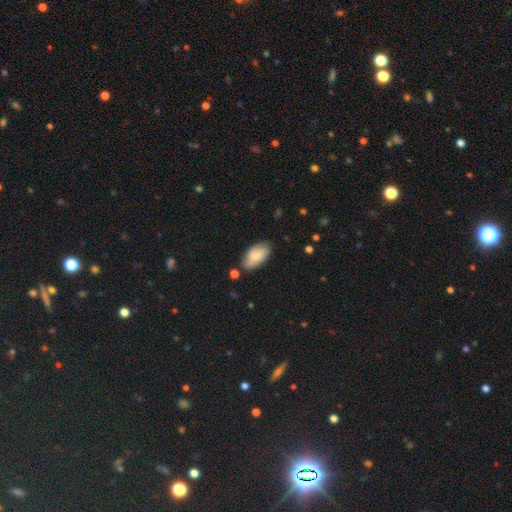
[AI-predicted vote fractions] Smooth or featured? Predicted: smooth (p=0.69). How rounded? Predicted: in between (p=0.93). Merging? Predicted: none (p=0.73).